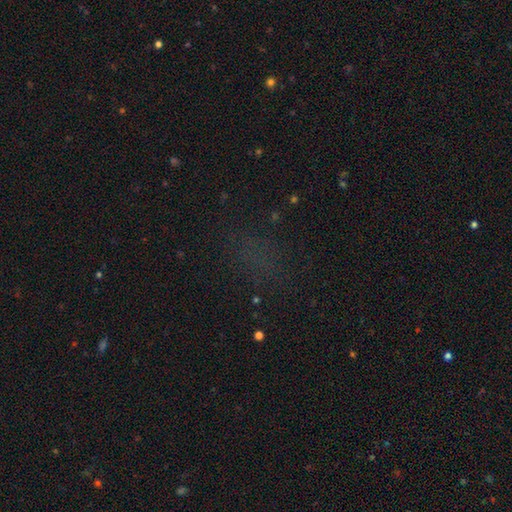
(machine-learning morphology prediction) Smooth or featured? star or artifact (57%)